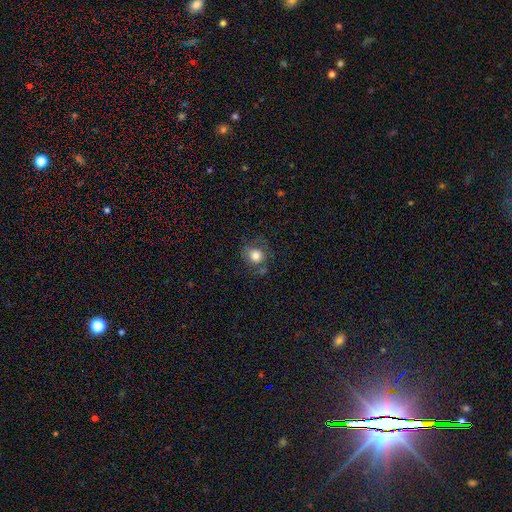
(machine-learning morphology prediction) This is likely a smooth galaxy (71%). How rounded: clearly round (81%). Merging: likely none (65%).